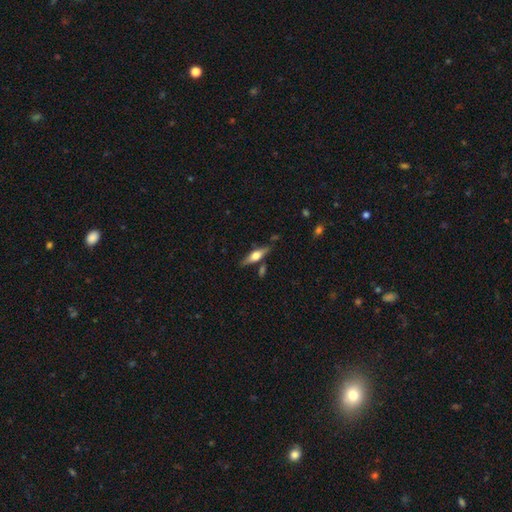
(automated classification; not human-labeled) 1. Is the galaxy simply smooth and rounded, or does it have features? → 59% featured or disk, 34% smooth, 6% star or artifact.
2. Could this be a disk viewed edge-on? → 95% yes, 5% no.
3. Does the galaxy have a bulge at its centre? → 90% rounded, 8% boxy, 2% none.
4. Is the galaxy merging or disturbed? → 78% none, 13% minor disturbance, 7% merger, 3% major disturbance.